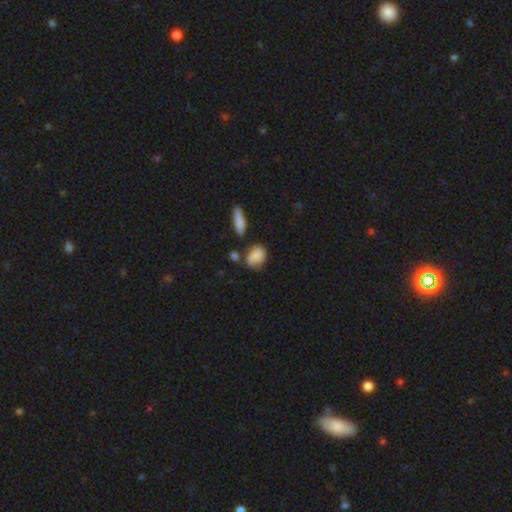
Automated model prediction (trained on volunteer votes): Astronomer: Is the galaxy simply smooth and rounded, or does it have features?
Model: smooth — 81%.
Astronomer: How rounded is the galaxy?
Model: in between — 62%.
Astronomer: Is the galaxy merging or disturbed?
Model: none — 54%.